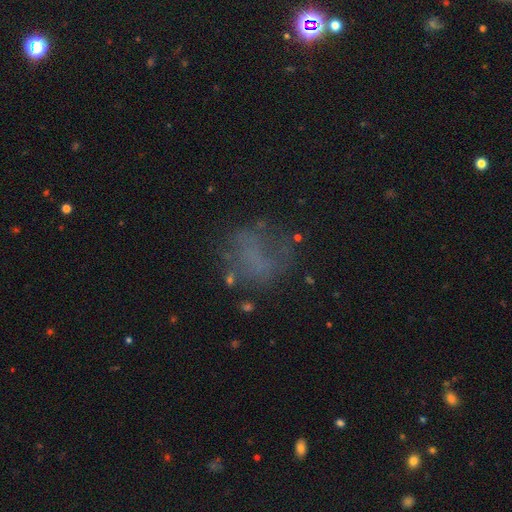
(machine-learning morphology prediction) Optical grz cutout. It shows a smooth galaxy with no disk features (44%). Merging: none (56%).